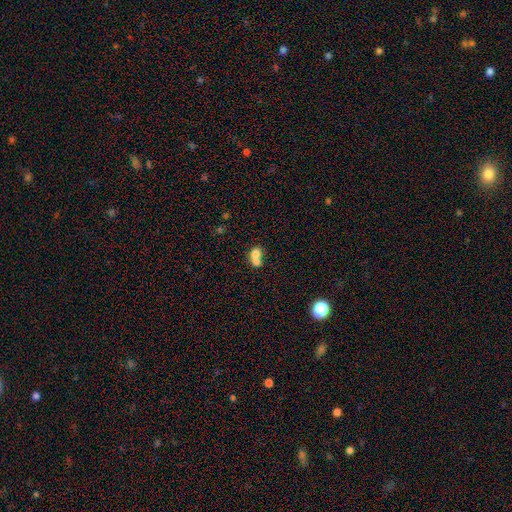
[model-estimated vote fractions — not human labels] Q: Smooth or featured?
A: smooth (71%); runner-up: featured or disk (19%)
Q: How rounded?
A: round (58%); runner-up: in between (41%)
Q: Merging?
A: merger (71%); runner-up: none (20%)